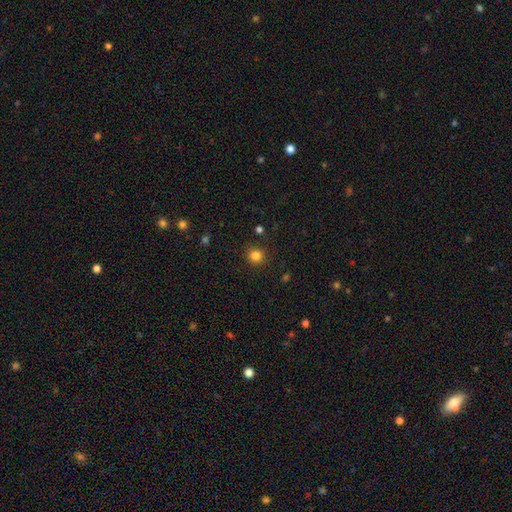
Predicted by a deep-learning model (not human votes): smooth 82%, star or artifact 13%, featured or disk 4%. Down the decision tree: how rounded — round (92%); merging — none (87%).